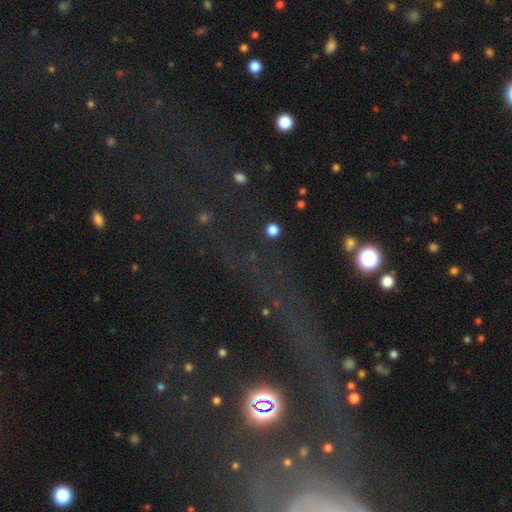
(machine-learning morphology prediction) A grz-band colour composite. It shows a star or artifact, not a galaxy (68%).